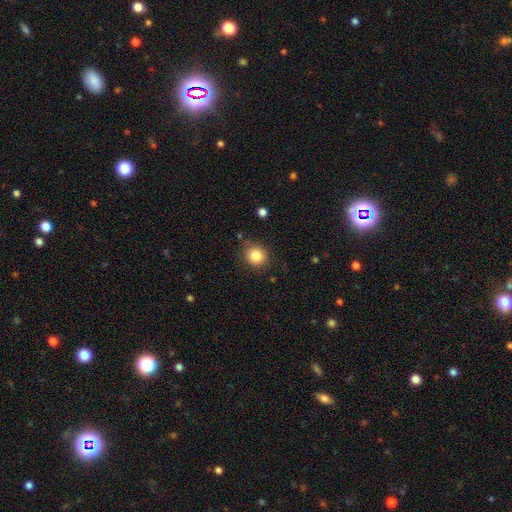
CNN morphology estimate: Smooth or featured?
  - smooth: 84% *
  - star or artifact: 10%
  - featured or disk: 5%
How rounded?
  - round: 84% *
  - in between: 15%
  - cigar-shaped: 1%
Merging?
  - none: 83% *
  - minor disturbance: 11%
  - major disturbance: 3%
  - merger: 2%